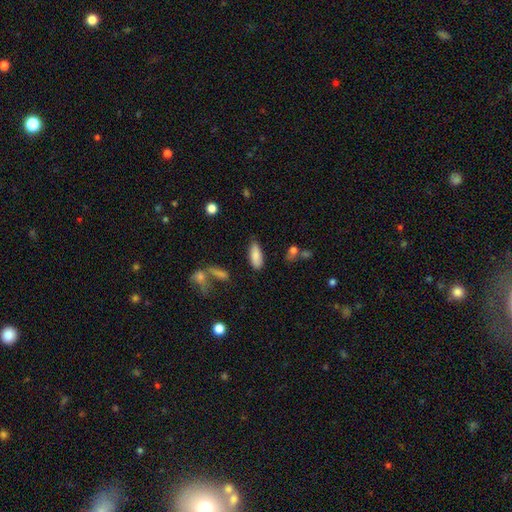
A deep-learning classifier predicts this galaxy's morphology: smooth_or_featured: smooth (p=0.82) [alt: featured or disk p=0.11]
how_rounded: in between (p=0.79) [alt: cigar-shaped p=0.19]
merging: none (p=0.76) [alt: minor disturbance p=0.15]